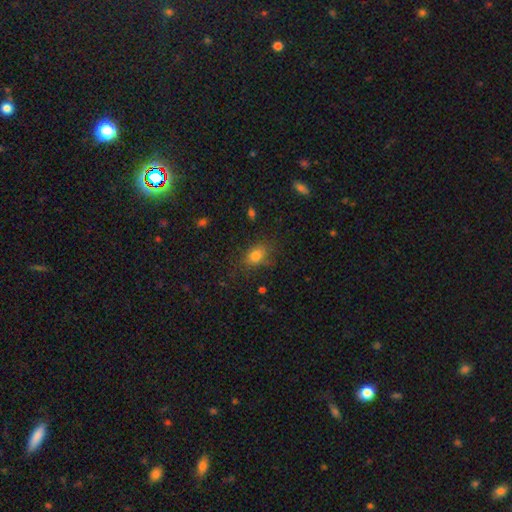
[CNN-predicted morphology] A smooth galaxy with no disk features (80%) that is in between round and cigar-shaped (74%). Merging: none (72%).